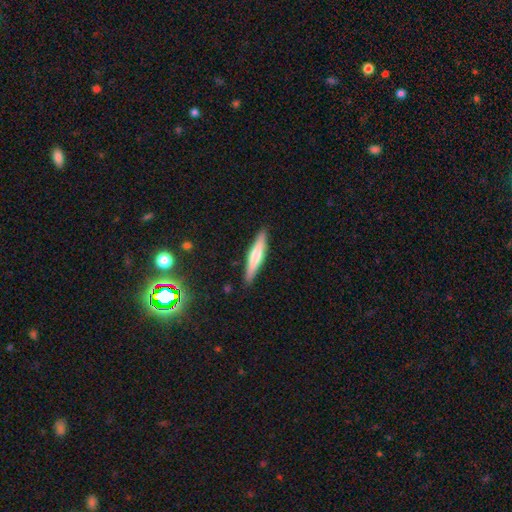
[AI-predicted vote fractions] Smooth or featured? smooth (53%)
How rounded? cigar-shaped (88%)
Merging? none (89%)